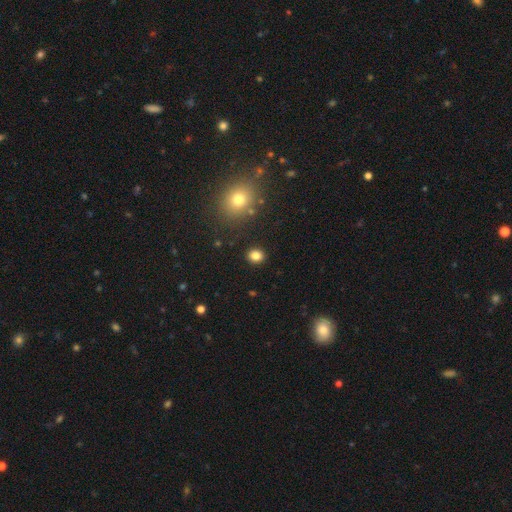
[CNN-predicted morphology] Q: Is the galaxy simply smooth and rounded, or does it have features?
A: smooth — 84%.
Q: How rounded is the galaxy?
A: round — 70%.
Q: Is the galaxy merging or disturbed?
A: none — 90%.